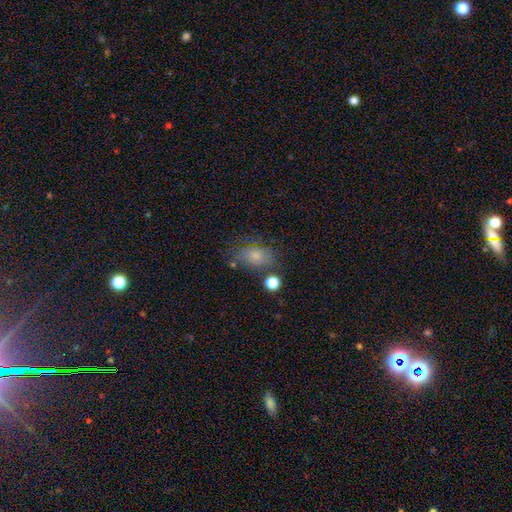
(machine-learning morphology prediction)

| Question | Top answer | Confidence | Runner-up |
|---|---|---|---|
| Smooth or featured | smooth | 75% | featured or disk (13%) |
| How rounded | in between | 79% | round (19%) |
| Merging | none | 62% | minor disturbance (21%) |